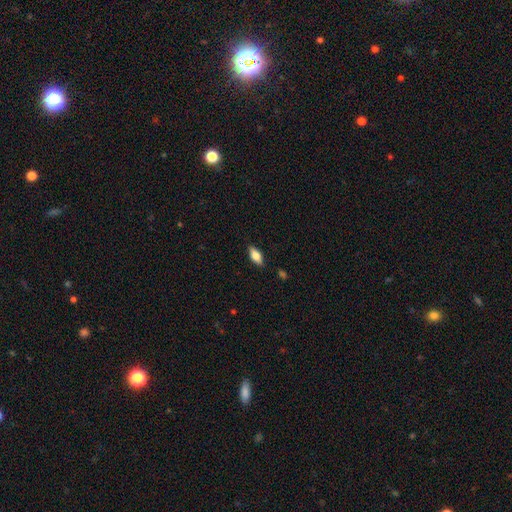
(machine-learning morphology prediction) This appears to be a smooth galaxy with no disk features (71%) that is in between round and cigar-shaped (82%). Merging: none (86%).